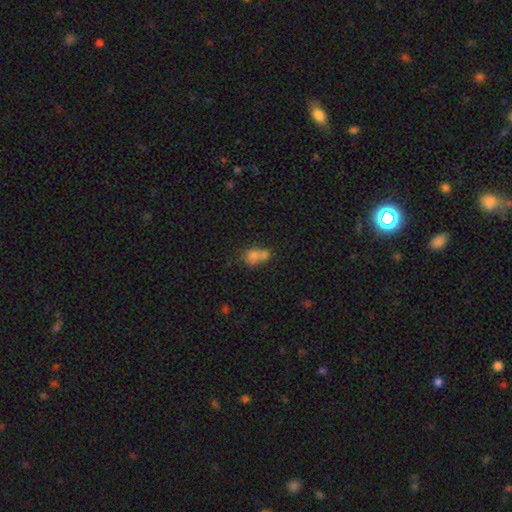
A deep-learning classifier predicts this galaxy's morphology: Q: Smooth or featured?
A: smooth (72%); runner-up: featured or disk (15%)
Q: How rounded?
A: in between (50%); runner-up: round (48%)
Q: Merging?
A: merger (58%); runner-up: none (25%)